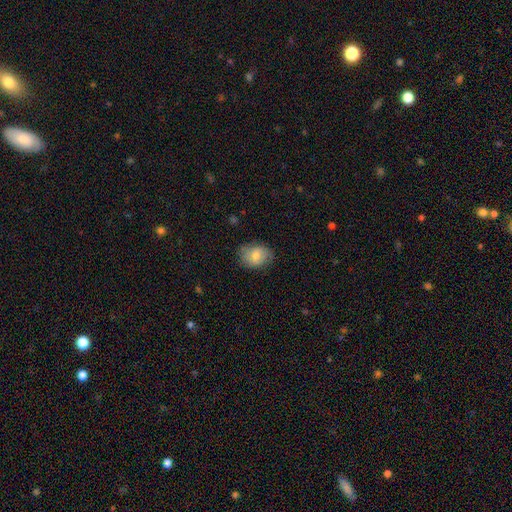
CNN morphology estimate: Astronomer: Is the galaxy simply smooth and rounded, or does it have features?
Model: smooth — 75%.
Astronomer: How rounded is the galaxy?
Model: in between — 73%.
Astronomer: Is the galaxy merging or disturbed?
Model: none — 73%.